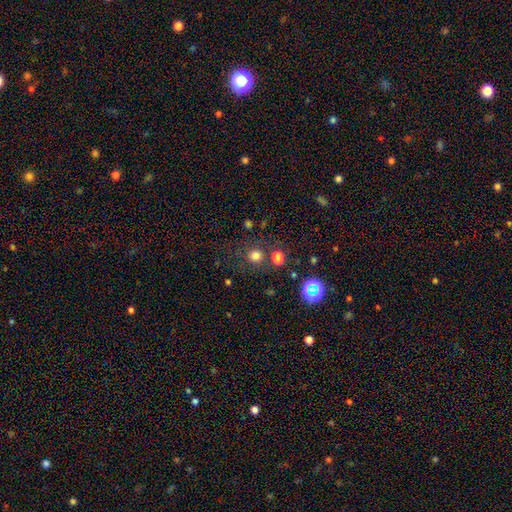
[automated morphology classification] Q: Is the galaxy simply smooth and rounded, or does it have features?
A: smooth — 75%.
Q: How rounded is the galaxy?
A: round — 88%.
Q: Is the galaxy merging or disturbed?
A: none — 73%.